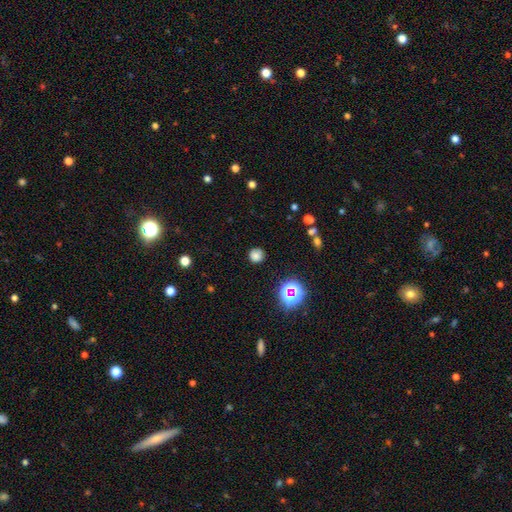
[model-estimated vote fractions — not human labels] smooth_or_featured: smooth (p=0.75) [alt: star or artifact p=0.19]
how_rounded: round (p=0.91) [alt: in between p=0.08]
merging: none (p=0.86) [alt: minor disturbance p=0.09]